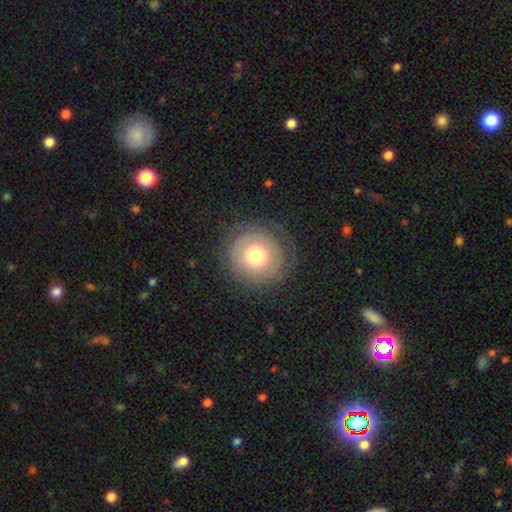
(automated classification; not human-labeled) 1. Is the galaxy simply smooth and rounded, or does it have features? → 65% smooth, 25% featured or disk, 10% star or artifact.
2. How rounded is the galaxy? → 94% round, 5% in between, 1% cigar-shaped.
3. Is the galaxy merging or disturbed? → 80% none, 12% minor disturbance, 7% major disturbance, 1% merger.